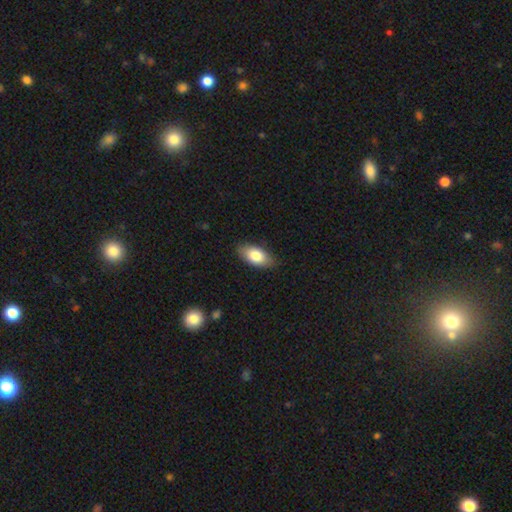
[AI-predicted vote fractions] smooth 80%, featured or disk 13%, star or artifact 6%. Down the decision tree: how rounded — in between (92%); merging — none (84%).